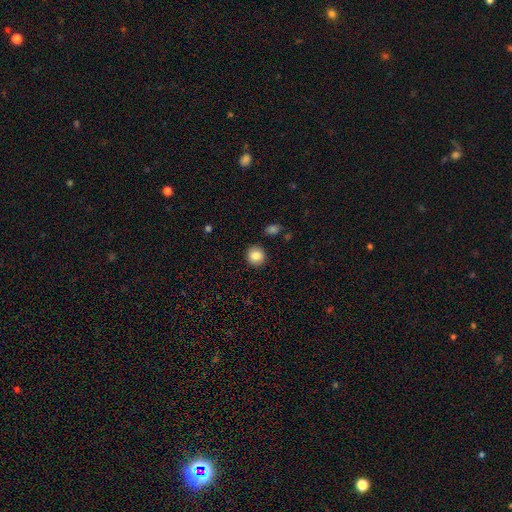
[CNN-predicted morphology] smooth_or_featured: smooth (p=0.86) [alt: star or artifact p=0.09]
how_rounded: round (p=0.89) [alt: in between p=0.10]
merging: none (p=0.89) [alt: minor disturbance p=0.07]